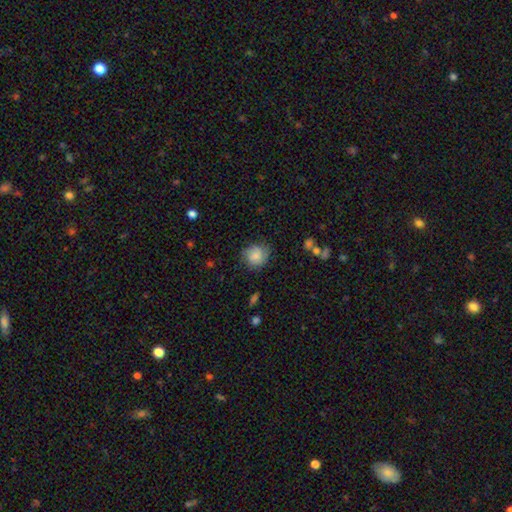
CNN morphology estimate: smooth-or-featured: smooth: 74% | featured or disk: 18% | star or artifact: 8%
  how-rounded: round: 80% | in between: 19% | cigar-shaped: 1%
  merging: none: 71% | minor disturbance: 21% | major disturbance: 6% | merger: 2%